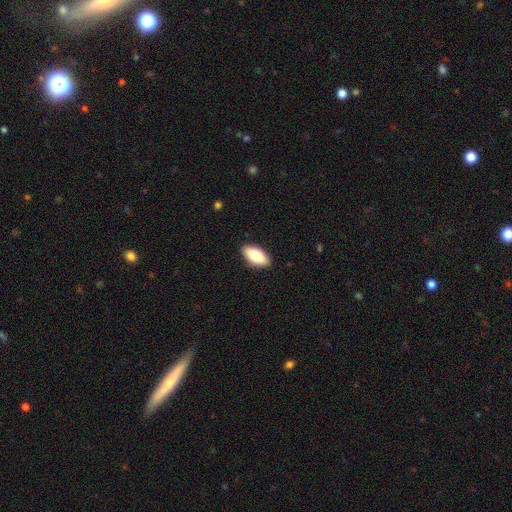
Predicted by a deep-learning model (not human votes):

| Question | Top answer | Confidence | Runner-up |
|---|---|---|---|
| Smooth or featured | smooth | 79% | featured or disk (15%) |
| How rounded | in between | 90% | cigar-shaped (7%) |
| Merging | none | 89% | minor disturbance (8%) |